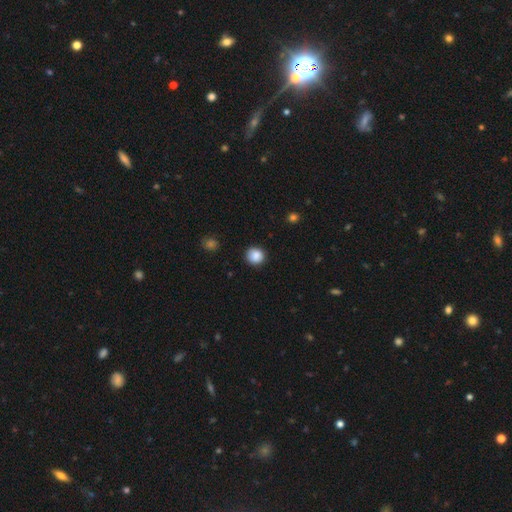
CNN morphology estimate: A smooth galaxy with no disk features (88%) that is round (90%). Merging: none (90%).